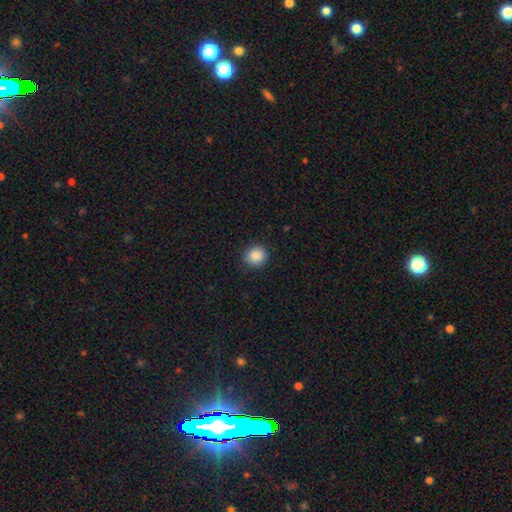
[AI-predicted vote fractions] smooth_or_featured: smooth (p=0.88) [alt: star or artifact p=0.09]
how_rounded: round (p=0.89) [alt: in between p=0.10]
merging: none (p=0.88) [alt: minor disturbance p=0.09]